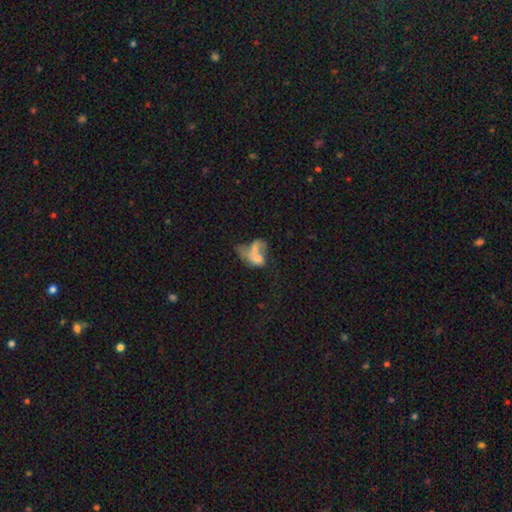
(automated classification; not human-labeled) Smooth or featured: smooth — 54% (featured or disk — 34%)
How rounded: in between — 79% (round — 18%)
Merging: merger — 53% (major disturbance — 24%)